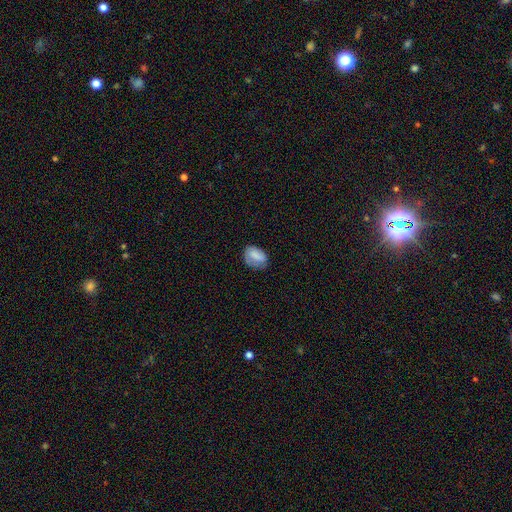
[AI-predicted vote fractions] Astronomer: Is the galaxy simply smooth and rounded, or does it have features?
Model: smooth — 72%.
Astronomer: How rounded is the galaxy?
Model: in between — 75%.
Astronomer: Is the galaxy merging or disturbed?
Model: none — 53% (runner-up: minor disturbance, 31%).